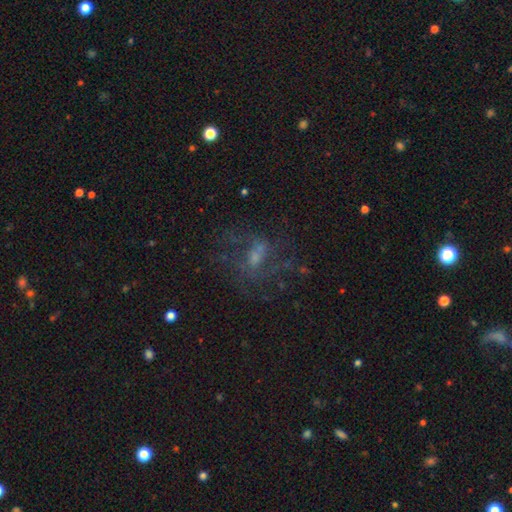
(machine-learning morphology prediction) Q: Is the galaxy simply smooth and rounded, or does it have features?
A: featured or disk — 59%.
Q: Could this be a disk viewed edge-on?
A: no — 96%.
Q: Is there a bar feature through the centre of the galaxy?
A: no — 53%.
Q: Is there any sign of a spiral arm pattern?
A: yes — 61%.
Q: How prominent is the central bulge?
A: small — 40%.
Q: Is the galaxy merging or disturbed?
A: none — 51%.